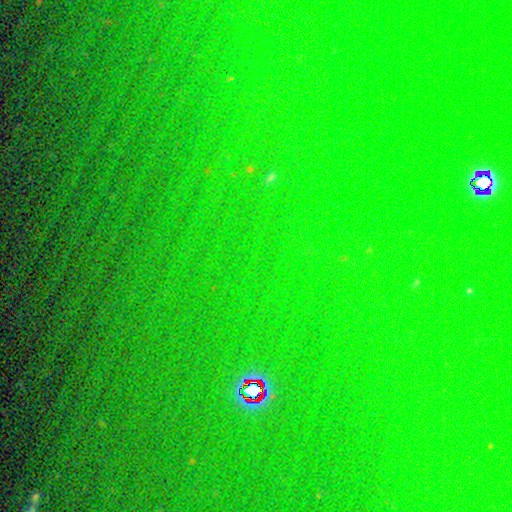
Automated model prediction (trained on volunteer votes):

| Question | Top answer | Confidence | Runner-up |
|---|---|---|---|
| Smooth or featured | star or artifact | 80% | smooth (12%) |